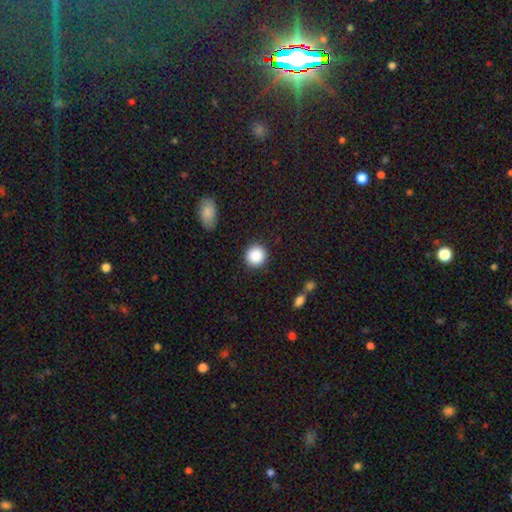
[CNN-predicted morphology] smooth-or-featured: smooth: 89% | star or artifact: 8% | featured or disk: 3%
  how-rounded: round: 92% | in between: 7% | cigar-shaped: 1%
  merging: none: 89% | minor disturbance: 8% | major disturbance: 2% | merger: 2%